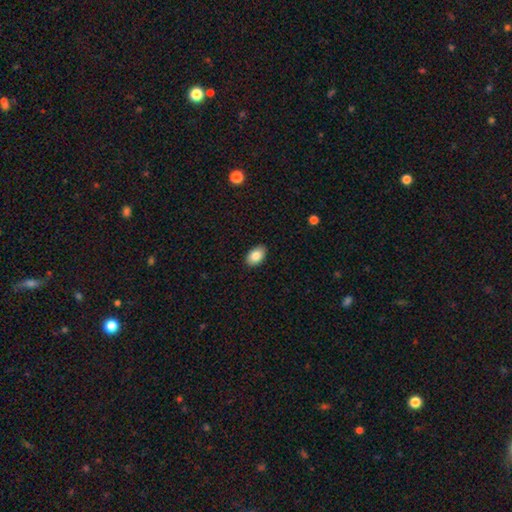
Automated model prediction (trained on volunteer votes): Overall: smooth (85%). How rounded: in between (91%). Merging: none (89%).